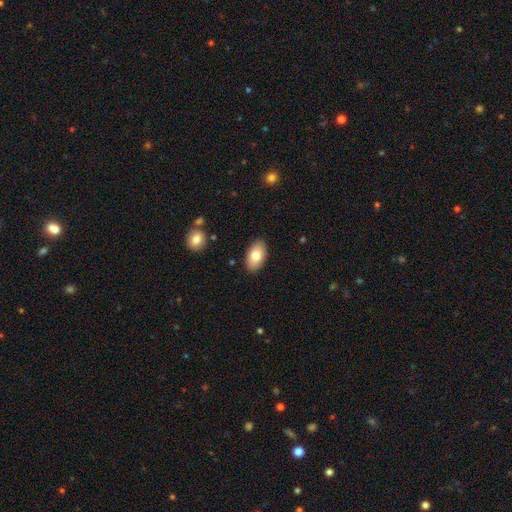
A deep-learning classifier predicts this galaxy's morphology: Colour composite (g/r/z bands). It shows a smooth galaxy with no disk features (80%) that is in between round and cigar-shaped (94%). Merging: none (88%).